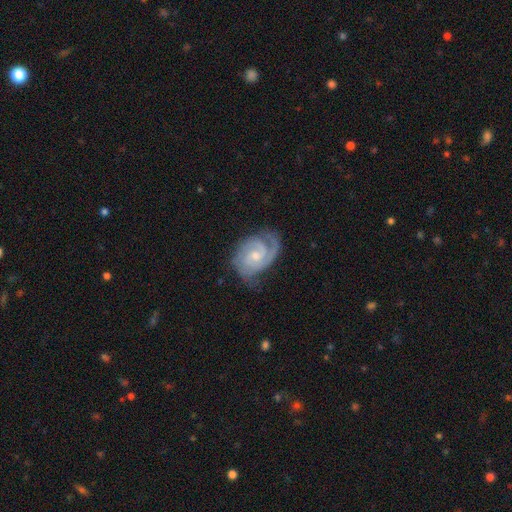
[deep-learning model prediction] smooth_or_featured: featured or disk (p=0.89) [alt: smooth p=0.06]
disk_edge_on: no (p=0.97) [alt: yes p=0.03]
bar: no (p=0.55) [alt: weak p=0.37]
has_spiral_arms: yes (p=0.98) [alt: no p=0.02]
spiral_winding: tight (p=0.62) [alt: medium p=0.33]
spiral_arm_count: 2 (p=0.63) [alt: 3 p=0.18]
bulge_size: small (p=0.51) [alt: moderate p=0.44]
merging: none (p=0.69) [alt: minor disturbance p=0.21]